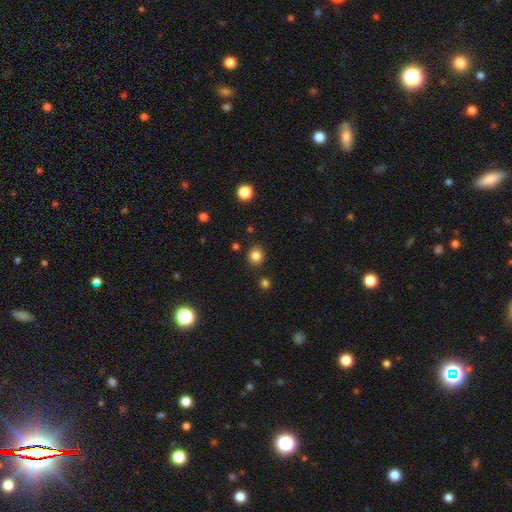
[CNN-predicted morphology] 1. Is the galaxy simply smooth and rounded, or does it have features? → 84% smooth, 12% star or artifact, 4% featured or disk.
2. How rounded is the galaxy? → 84% round, 15% in between, 1% cigar-shaped.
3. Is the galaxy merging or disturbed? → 86% none, 8% minor disturbance, 3% merger, 3% major disturbance.